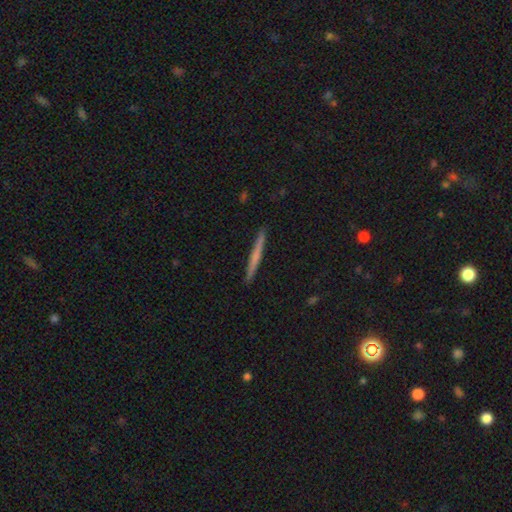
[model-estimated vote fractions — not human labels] Morphology: type=smooth (55%); roundness=cigar-shaped (97%); merging=none (92%).